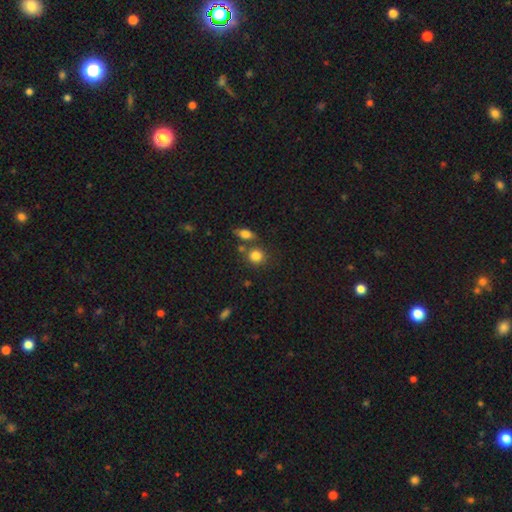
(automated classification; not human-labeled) Smooth or featured? Predicted: smooth (p=0.82). How rounded? Predicted: round (p=0.79). Merging? Predicted: none (p=0.63).